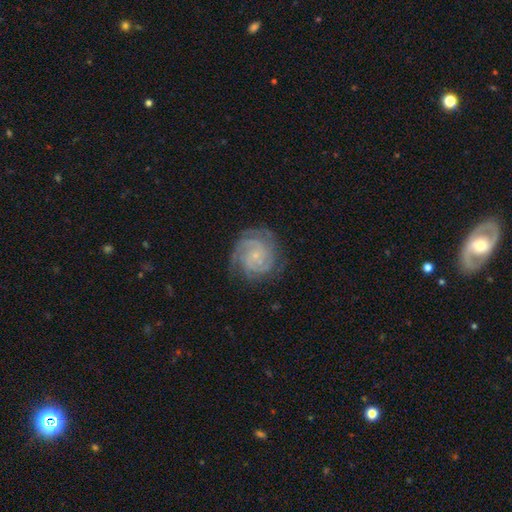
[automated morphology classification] Smooth or featured? featured or disk (88%)
Edge-on disk? no (98%)
Bar? no (75%)
Spiral arms? yes (98%)
Spiral winding? tight (73%)
Spiral arm count? 3 (34%)
Bulge size? small (84%)
Merging? none (79%)